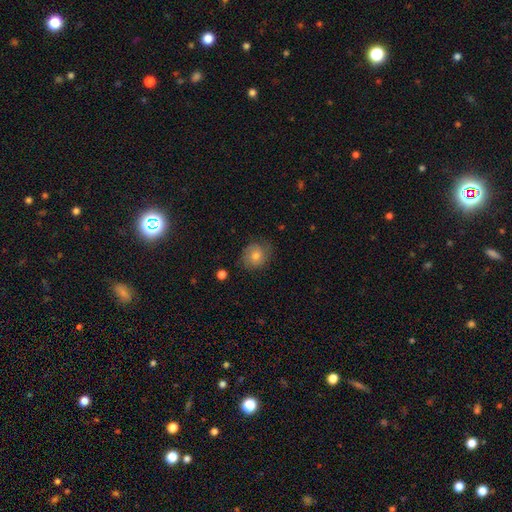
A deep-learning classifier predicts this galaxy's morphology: Q: Smooth or featured?
A: smooth (60%); runner-up: featured or disk (29%)
Q: How rounded?
A: round (72%); runner-up: in between (27%)
Q: Merging?
A: none (75%); runner-up: minor disturbance (19%)